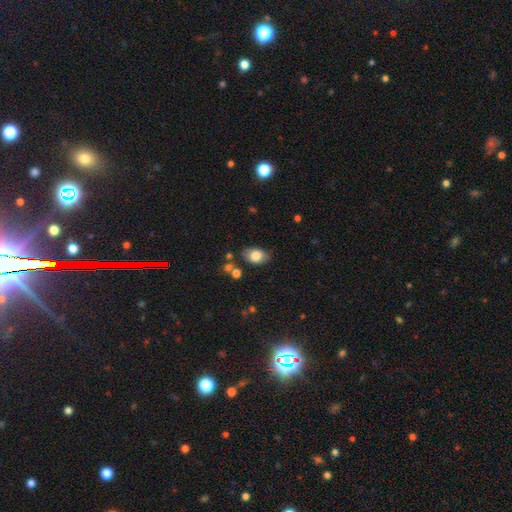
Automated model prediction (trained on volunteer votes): smooth-or-featured: smooth: 80% | featured or disk: 12% | star or artifact: 8%
  how-rounded: in between: 84% | round: 15% | cigar-shaped: 1%
  merging: none: 74% | minor disturbance: 18% | merger: 4% | major disturbance: 4%